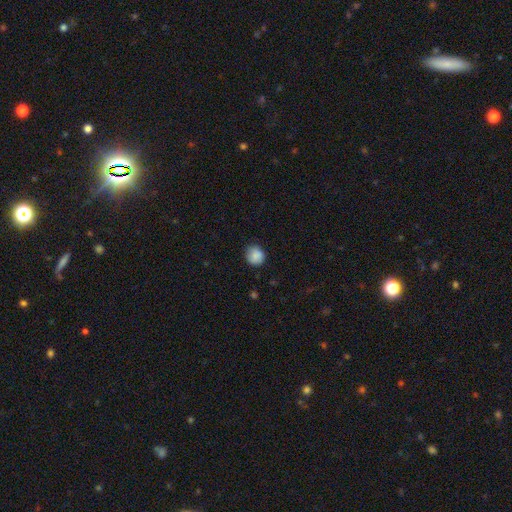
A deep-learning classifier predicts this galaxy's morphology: Smooth or featured: smooth — 86% (star or artifact — 8%)
How rounded: round — 85% (in between — 14%)
Merging: none — 78% (minor disturbance — 18%)